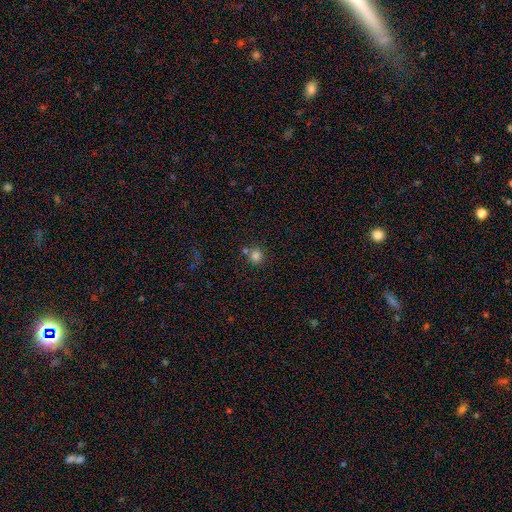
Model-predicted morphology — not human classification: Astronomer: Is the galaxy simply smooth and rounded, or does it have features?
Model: smooth — 81%.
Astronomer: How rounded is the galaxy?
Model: round — 89%.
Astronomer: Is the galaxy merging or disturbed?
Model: none — 67%.